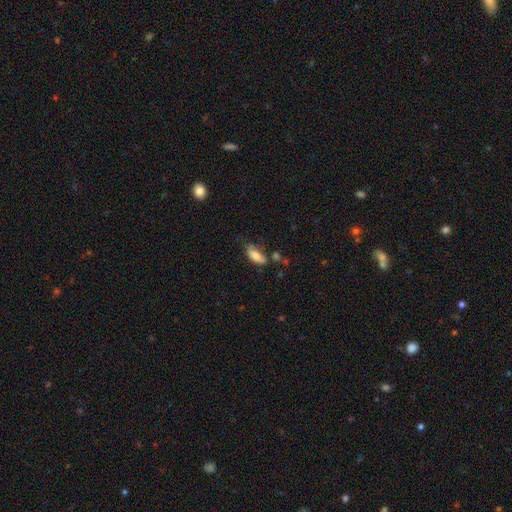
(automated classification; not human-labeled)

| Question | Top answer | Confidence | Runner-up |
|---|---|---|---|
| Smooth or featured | smooth | 79% | featured or disk (14%) |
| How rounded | in between | 83% | cigar-shaped (15%) |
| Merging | none | 51% | minor disturbance (30%) |